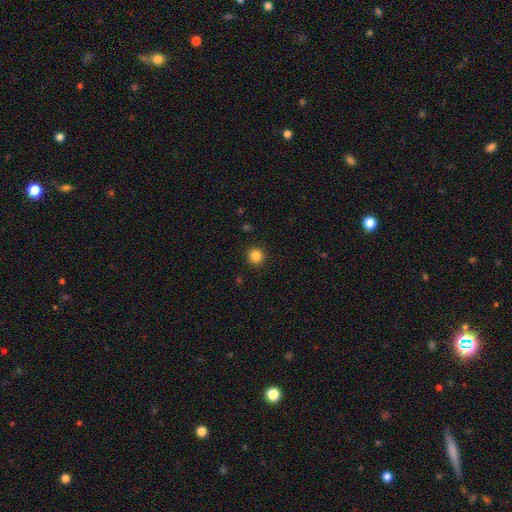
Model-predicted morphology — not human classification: Overall: smooth (85%). How rounded: round (94%). Merging: none (92%).